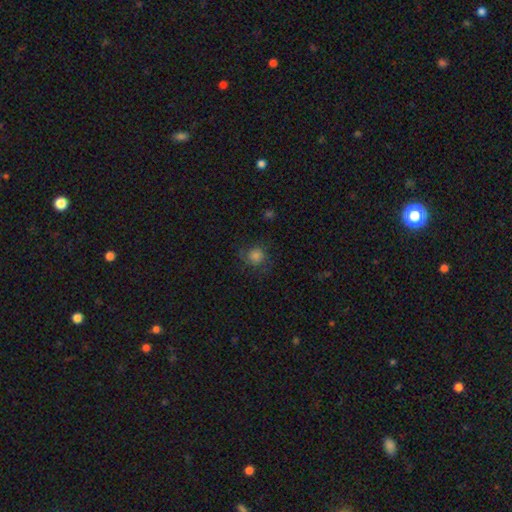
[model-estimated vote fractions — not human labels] This appears to be a smooth galaxy with no disk features (62%) that is round (86%). Merging: none (68%).